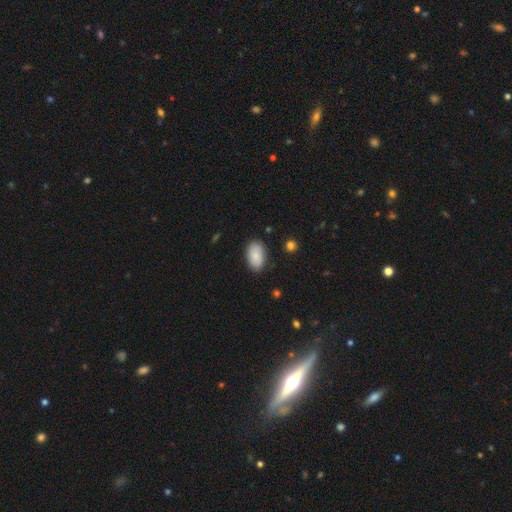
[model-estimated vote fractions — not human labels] smooth-or-featured: smooth: 84% | featured or disk: 9% | star or artifact: 7%
  how-rounded: in between: 92% | round: 6% | cigar-shaped: 1%
  merging: none: 80% | minor disturbance: 15% | major disturbance: 3% | merger: 1%